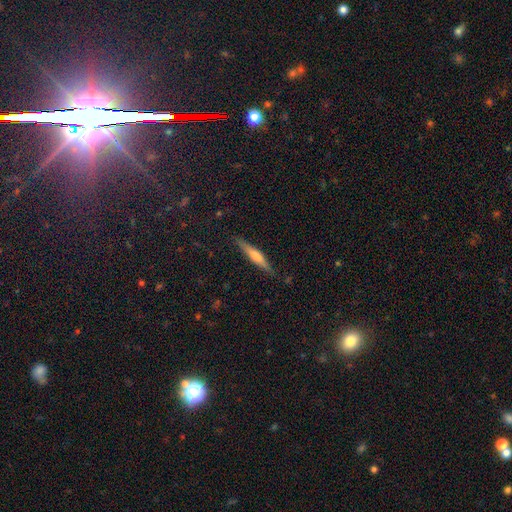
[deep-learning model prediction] smooth_or_featured: featured or disk (p=0.54) [alt: smooth p=0.39]
disk_edge_on: yes (p=0.96) [alt: no p=0.04]
edge_on_bulge: rounded (p=0.66) [alt: boxy p=0.17]
merging: none (p=0.88) [alt: minor disturbance p=0.09]